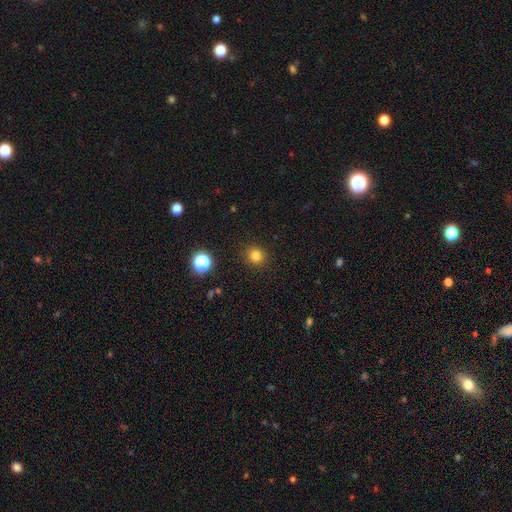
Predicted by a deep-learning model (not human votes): smooth-or-featured: smooth: 80% | star or artifact: 15% | featured or disk: 5%
  how-rounded: round: 90% | in between: 9% | cigar-shaped: 1%
  merging: none: 91% | minor disturbance: 6% | major disturbance: 2% | merger: 1%